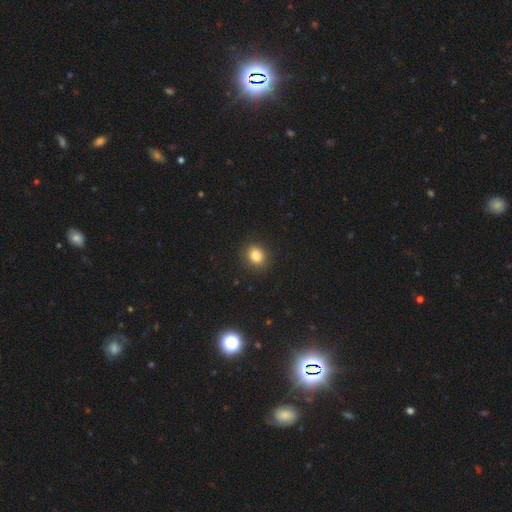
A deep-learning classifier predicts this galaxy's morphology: smooth-or-featured: smooth: 84% | star or artifact: 11% | featured or disk: 5%
  how-rounded: round: 58% | in between: 41% | cigar-shaped: 1%
  merging: none: 89% | minor disturbance: 8% | major disturbance: 2% | merger: 1%